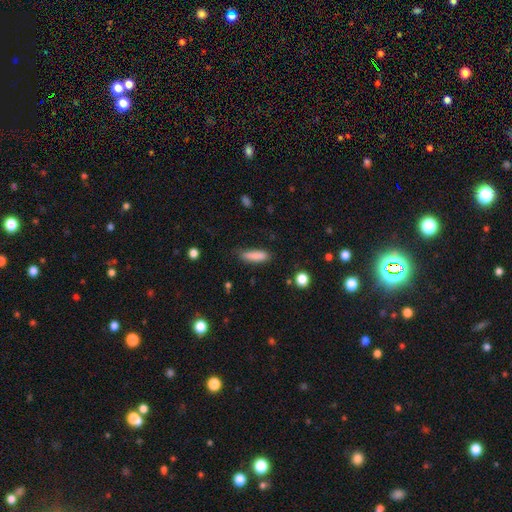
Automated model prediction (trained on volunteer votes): Smooth or featured: smooth — 85% (featured or disk — 8%)
How rounded: cigar-shaped — 62% (in between — 36%)
Merging: none — 69% (minor disturbance — 23%)